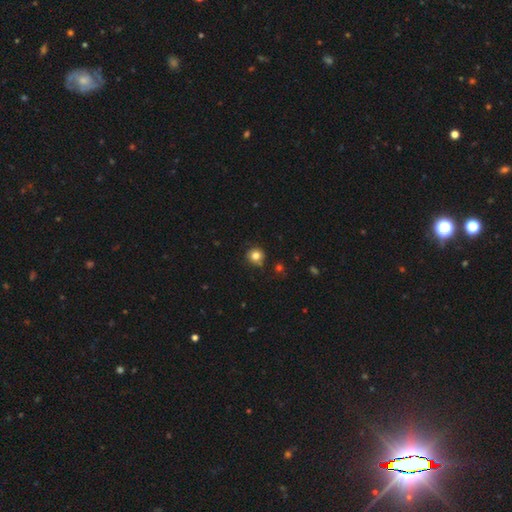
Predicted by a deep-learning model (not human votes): smooth_or_featured: smooth (p=0.82) [alt: star or artifact p=0.12]
how_rounded: round (p=0.91) [alt: in between p=0.08]
merging: none (p=0.82) [alt: minor disturbance p=0.12]